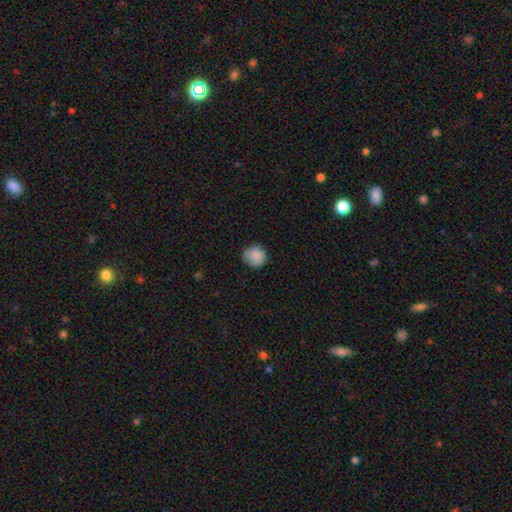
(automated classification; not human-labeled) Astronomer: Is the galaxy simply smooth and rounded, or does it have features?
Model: smooth — 86%.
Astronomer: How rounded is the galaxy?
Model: round — 89%.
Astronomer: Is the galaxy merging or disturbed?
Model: none — 77%.